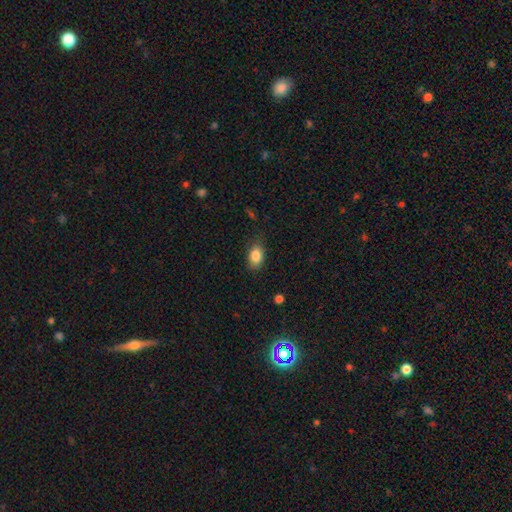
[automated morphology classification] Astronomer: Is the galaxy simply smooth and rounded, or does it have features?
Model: smooth — 85%.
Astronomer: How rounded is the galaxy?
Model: in between — 84%.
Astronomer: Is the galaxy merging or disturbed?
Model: none — 78%.